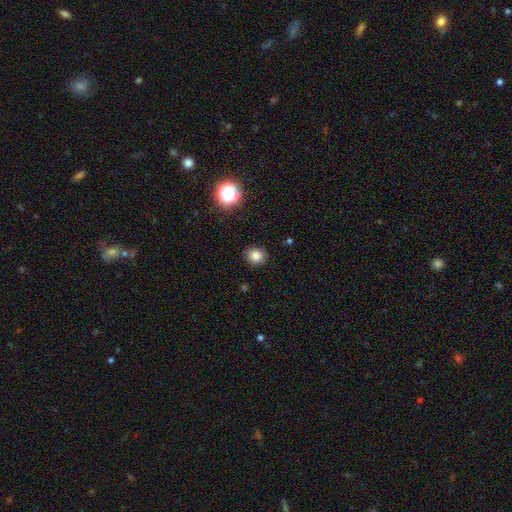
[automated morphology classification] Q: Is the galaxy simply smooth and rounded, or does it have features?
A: smooth — 80%.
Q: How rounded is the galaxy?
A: round — 74%.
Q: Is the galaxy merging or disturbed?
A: none — 89%.